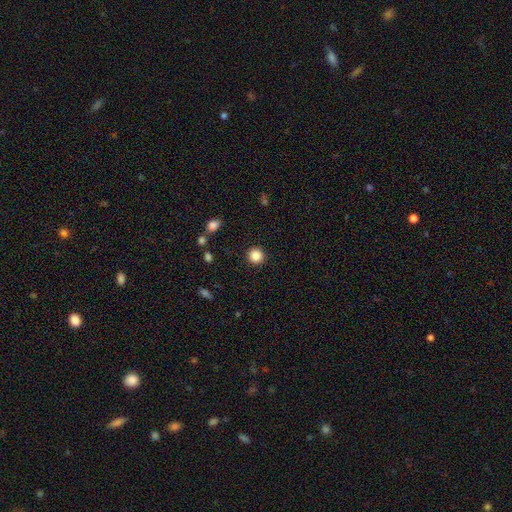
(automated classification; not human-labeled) smooth_or_featured: smooth (p=0.86) [alt: star or artifact p=0.11]
how_rounded: round (p=0.95) [alt: in between p=0.04]
merging: none (p=0.92) [alt: minor disturbance p=0.05]